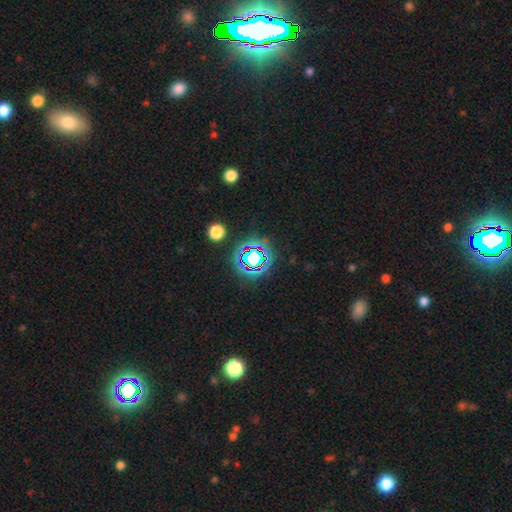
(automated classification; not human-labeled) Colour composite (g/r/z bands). It shows a star or artifact, not a galaxy (71%).